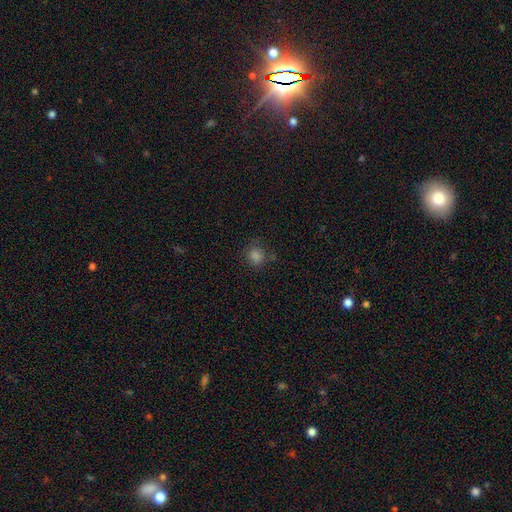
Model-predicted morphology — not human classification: A smooth galaxy with no disk features (78%) that is round (87%).

Vote fractions:
- Smooth or featured? smooth: 78% / star or artifact: 17% / featured or disk: 5%
- How rounded? round: 87% / in between: 12% / cigar-shaped: 1%
- Merging? none: 78% / minor disturbance: 15% / major disturbance: 5% / merger: 3%